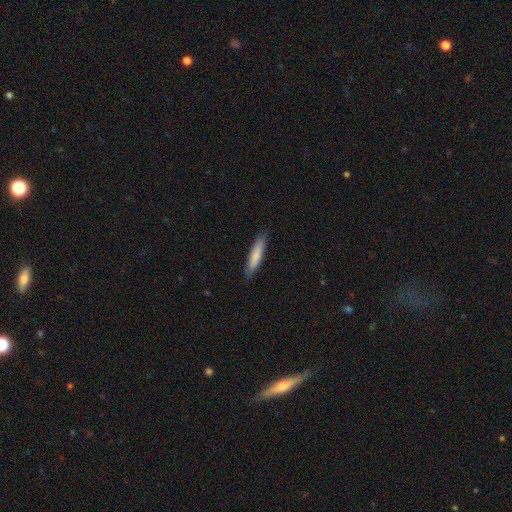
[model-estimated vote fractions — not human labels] Overall: smooth (79%). How rounded: cigar-shaped (84%). Merging: none (86%).